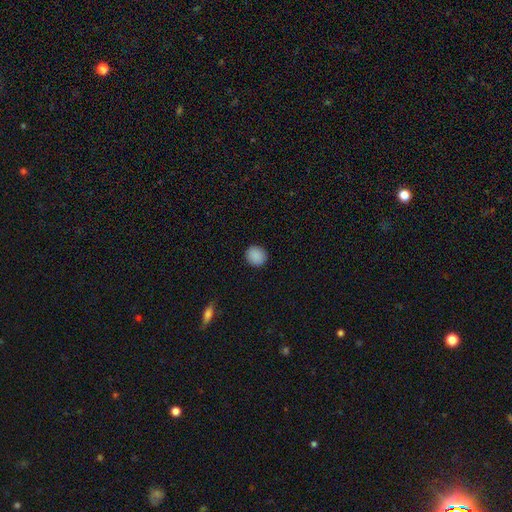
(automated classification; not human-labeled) smooth 89%, star or artifact 8%, featured or disk 3%. Down the decision tree: how rounded — round (85%); merging — none (90%).